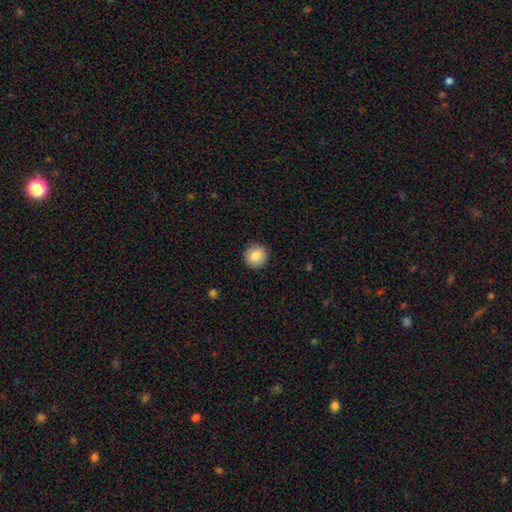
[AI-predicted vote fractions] A smooth galaxy with no disk features (87%) that is round (92%).

Vote fractions:
- Smooth or featured? smooth: 87% / star or artifact: 8% / featured or disk: 6%
- How rounded? round: 92% / in between: 7% / cigar-shaped: 1%
- Merging? none: 90% / minor disturbance: 7% / major disturbance: 2% / merger: 1%